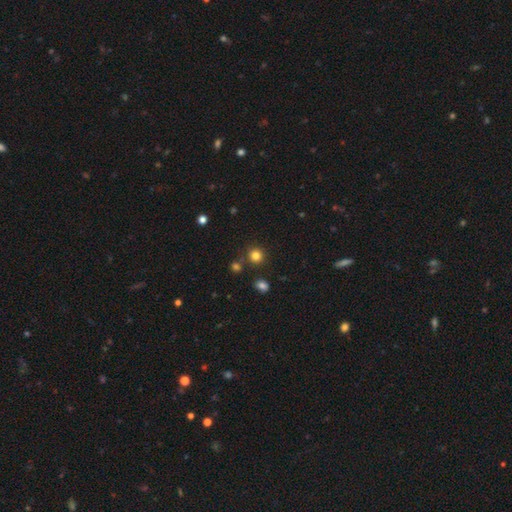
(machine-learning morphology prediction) Smooth or featured? smooth (81%)
How rounded? round (92%)
Merging? none (83%)